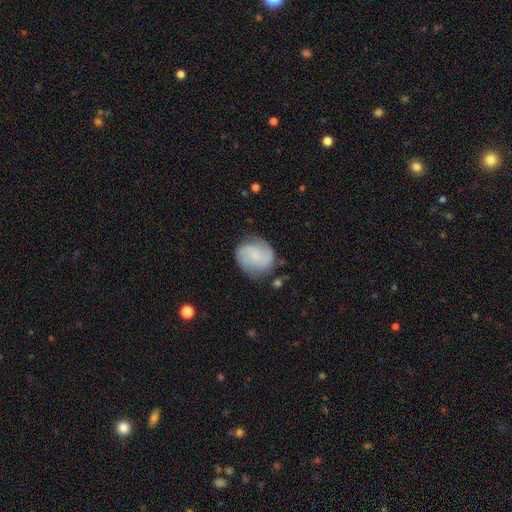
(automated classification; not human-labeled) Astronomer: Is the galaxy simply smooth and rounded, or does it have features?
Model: featured or disk — 54% (runner-up: smooth, 39%).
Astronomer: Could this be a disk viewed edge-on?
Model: no — 98%.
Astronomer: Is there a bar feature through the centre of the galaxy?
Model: no — 57% (runner-up: weak, 36%).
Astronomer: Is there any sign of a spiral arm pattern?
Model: yes — 91%.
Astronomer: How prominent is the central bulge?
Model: small — 51% (runner-up: none, 32%).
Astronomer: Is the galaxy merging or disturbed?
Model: none — 74%.